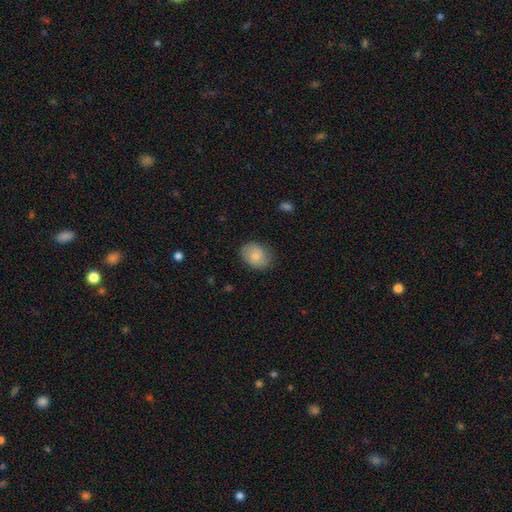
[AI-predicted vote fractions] smooth_or_featured: smooth (p=0.81) [alt: featured or disk p=0.12]
how_rounded: in between (p=0.58) [alt: round p=0.41]
merging: none (p=0.79) [alt: minor disturbance p=0.16]